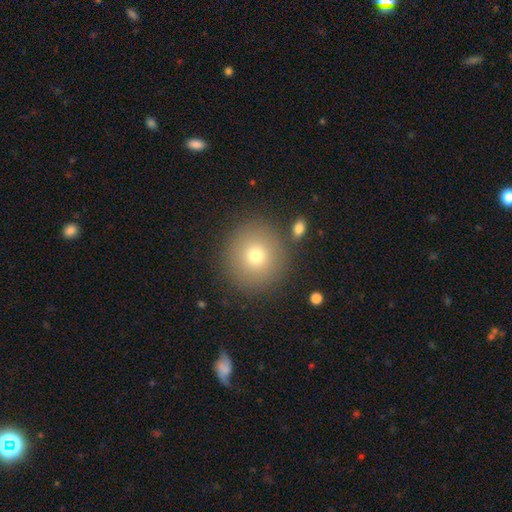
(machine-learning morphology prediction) Smooth or featured?
  - smooth: 74% *
  - featured or disk: 13%
  - star or artifact: 13%
How rounded?
  - round: 93% *
  - in between: 6%
  - cigar-shaped: 1%
Merging?
  - none: 85% *
  - minor disturbance: 8%
  - merger: 4%
  - major disturbance: 3%